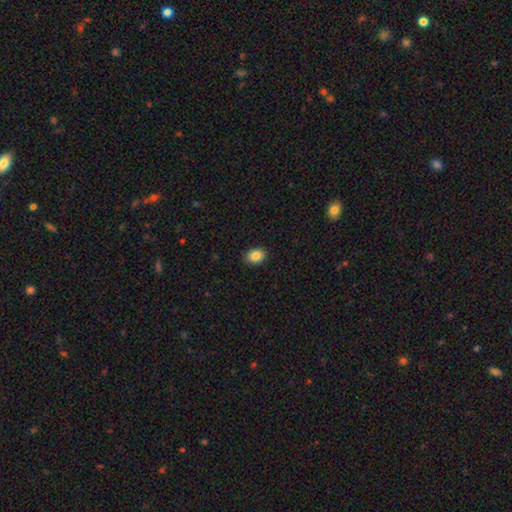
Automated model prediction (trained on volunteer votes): The model was most divided on "how rounded": in between: 71%, round: 28%, cigar-shaped: 1%. More confident: merging — none (89%); smooth or featured — smooth (86%).